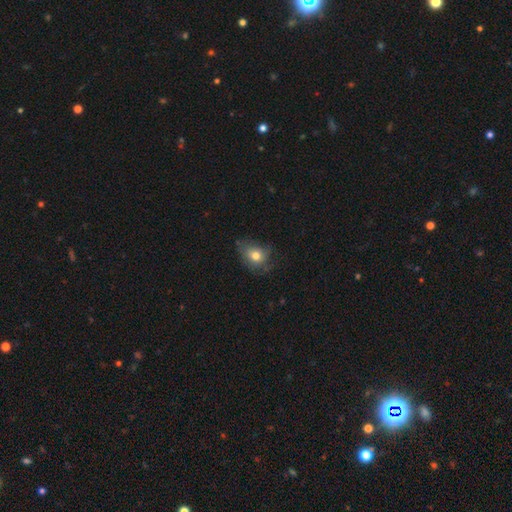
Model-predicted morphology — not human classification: smooth-or-featured: smooth: 70% | featured or disk: 19% | star or artifact: 10%
  how-rounded: in between: 50% | round: 49% | cigar-shaped: 1%
  merging: none: 54% | minor disturbance: 30% | major disturbance: 14% | merger: 2%